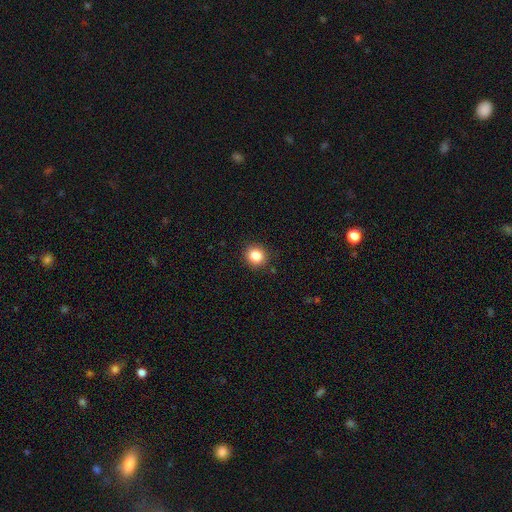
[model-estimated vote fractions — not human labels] Q: Smooth or featured?
A: smooth (85%); runner-up: star or artifact (11%)
Q: How rounded?
A: round (86%); runner-up: in between (13%)
Q: Merging?
A: none (90%); runner-up: minor disturbance (7%)